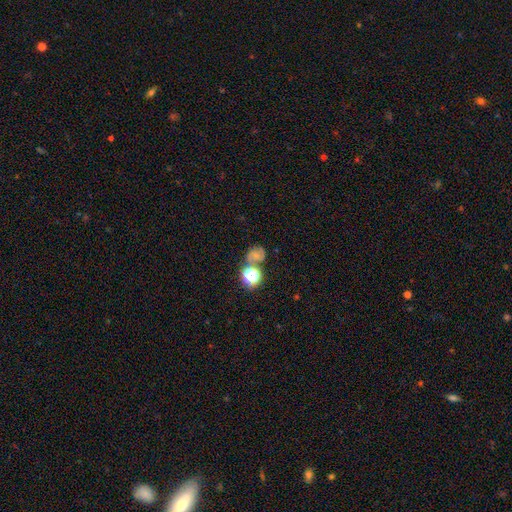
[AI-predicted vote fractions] Smooth or featured?
  - smooth: 50% *
  - featured or disk: 25%
  - star or artifact: 24%
How rounded?
  - round: 71% *
  - in between: 28%
  - cigar-shaped: 1%
Merging?
  - none: 52% *
  - merger: 25%
  - minor disturbance: 15%
  - major disturbance: 9%